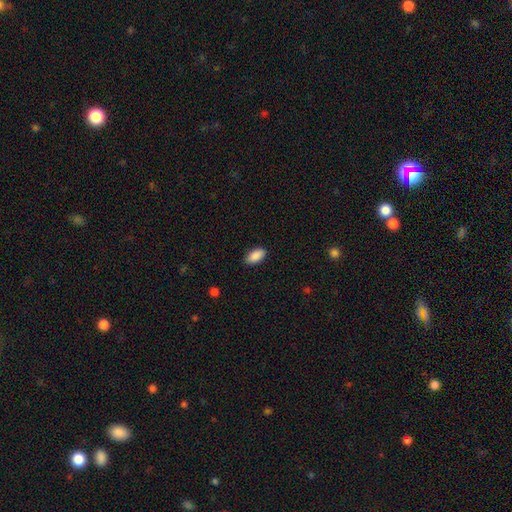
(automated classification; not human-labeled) smooth-or-featured: smooth: 90% | star or artifact: 7% | featured or disk: 4%
  how-rounded: in between: 93% | cigar-shaped: 4% | round: 3%
  merging: none: 87% | minor disturbance: 10% | major disturbance: 2% | merger: 1%